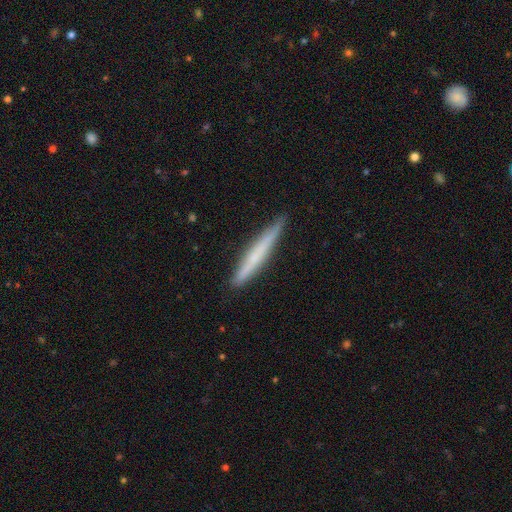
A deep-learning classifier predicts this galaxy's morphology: This is possibly a smooth galaxy (56%). How rounded: clearly cigar-shaped (96%). Merging: clearly none (87%).